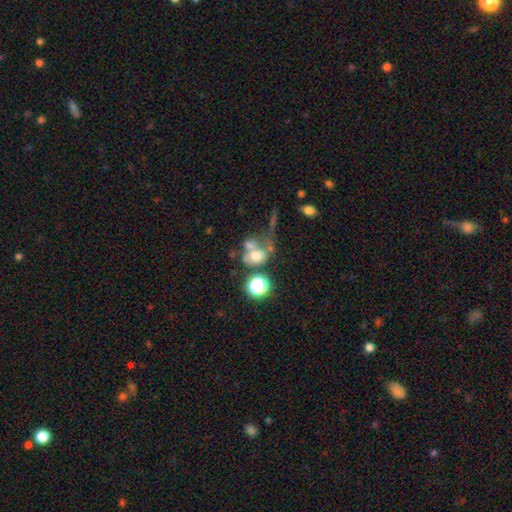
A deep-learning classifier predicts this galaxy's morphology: type=smooth (55%); roundness=in between (50%); merging=merger (45%).